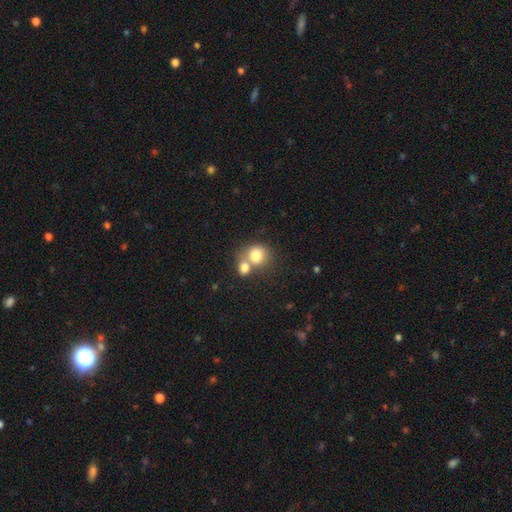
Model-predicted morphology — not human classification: Q: Smooth or featured?
A: smooth (78%); runner-up: featured or disk (12%)
Q: How rounded?
A: round (74%); runner-up: in between (25%)
Q: Merging?
A: merger (55%); runner-up: none (34%)